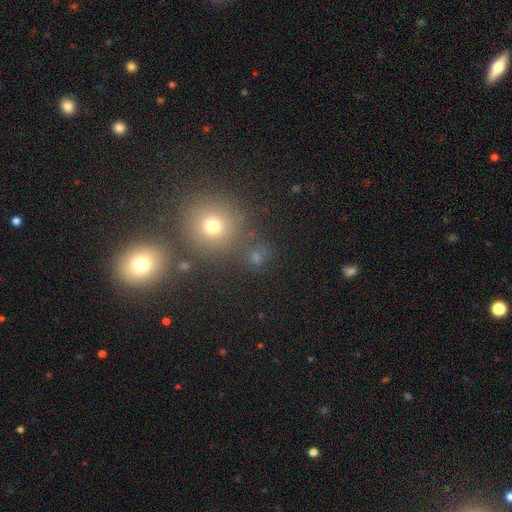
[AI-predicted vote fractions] smooth_or_featured: smooth (p=0.56) [alt: star or artifact p=0.35]
how_rounded: round (p=0.85) [alt: in between p=0.13]
merging: none (p=0.74) [alt: merger p=0.11]